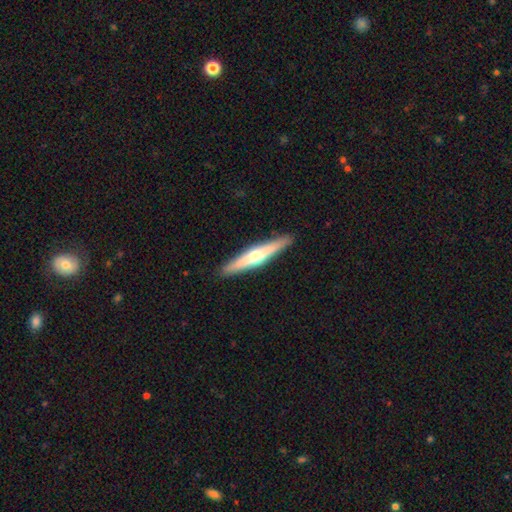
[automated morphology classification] The model was most divided on "smooth or featured": featured or disk: 60%, smooth: 35%, star or artifact: 5%. More confident: edge-on disk — yes (96%); merging — none (91%); edge-on bulge — rounded (89%).